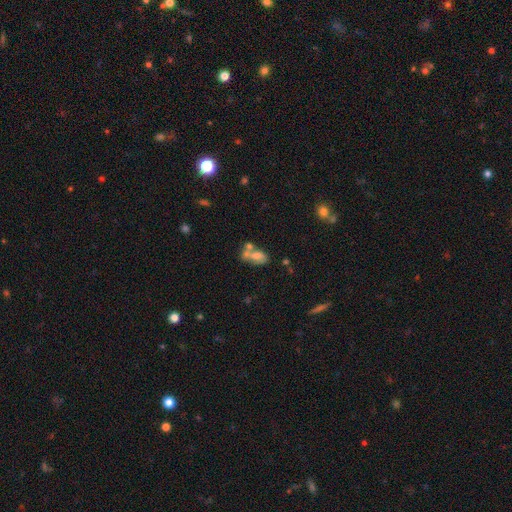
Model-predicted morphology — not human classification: Smooth or featured: smooth — 62% (featured or disk — 26%)
How rounded: in between — 87% (round — 9%)
Merging: merger — 51% (none — 27%)